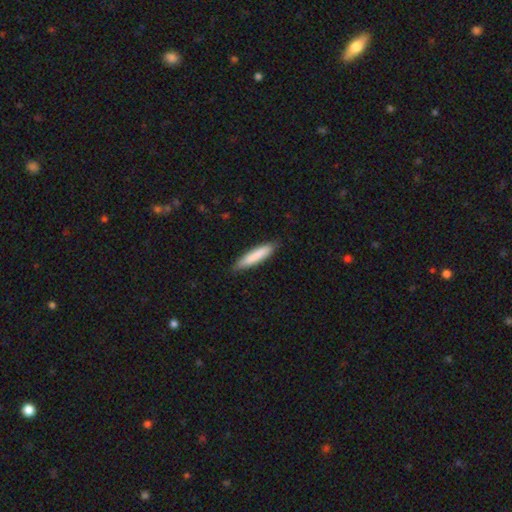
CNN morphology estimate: This appears to be a smooth galaxy with no disk features (84%) that is cigar-shaped (84%). Merging: none (87%).